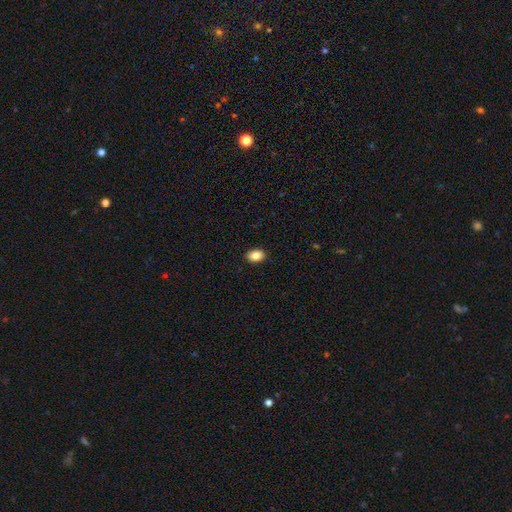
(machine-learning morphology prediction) A smooth galaxy with no disk features (86%) that is in between round and cigar-shaped (83%). Merging: none (90%).